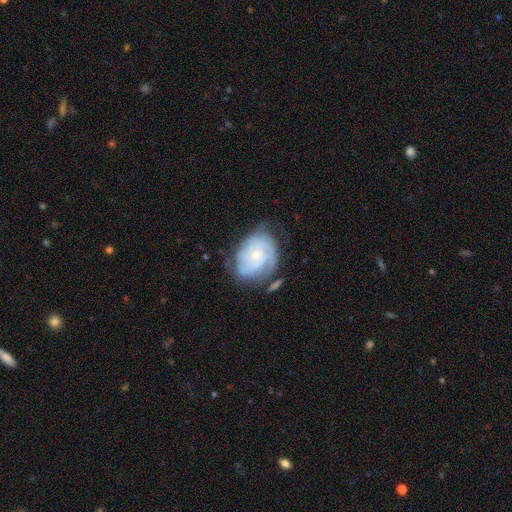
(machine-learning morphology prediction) smooth-or-featured: featured or disk: 81% | smooth: 13% | star or artifact: 6%
  disk-edge-on: no: 97% | yes: 3%
    bar: no: 77% | weak: 20% | strong: 3%
    has-spiral-arms: yes: 94% | no: 6%
      spiral-winding: tight: 73% | medium: 22% | loose: 5%
      spiral-arm-count: can't tell: 34% | 3: 23% | 4: 17% | 2: 14% | more than 4: 6% | 1: 5%
    bulge-size: small: 72% | moderate: 24% | none: 2% | large: 1% | dominant: 1%
  merging: none: 63% | minor disturbance: 23% | major disturbance: 10% | merger: 4%